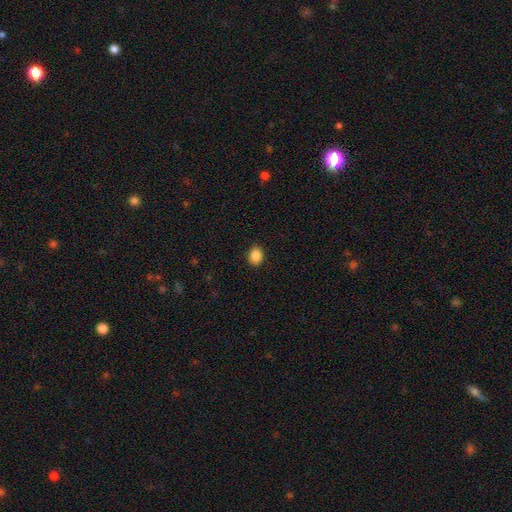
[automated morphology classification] Smooth or featured?
  - smooth: 88% *
  - star or artifact: 9%
  - featured or disk: 3%
How rounded?
  - in between: 54% *
  - round: 45%
  - cigar-shaped: 1%
Merging?
  - none: 90% *
  - minor disturbance: 7%
  - major disturbance: 2%
  - merger: 1%